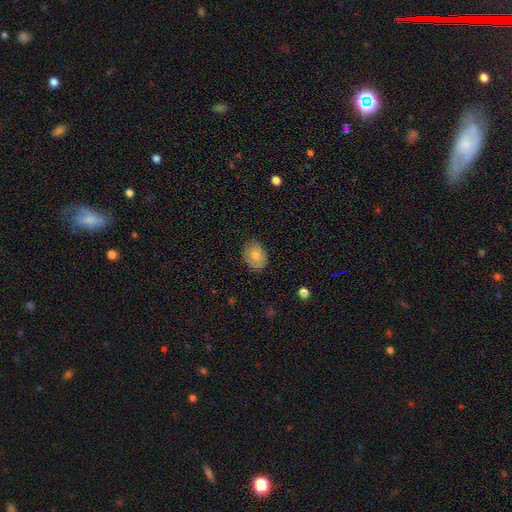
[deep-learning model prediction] Smooth or featured? smooth (78%)
How rounded? in between (71%)
Merging? none (73%)